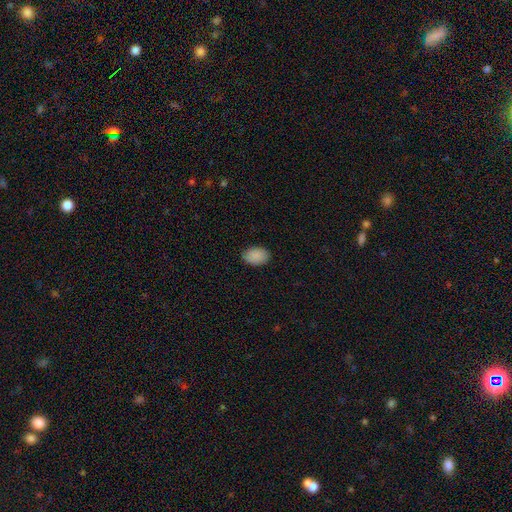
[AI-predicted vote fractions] The model was most divided on "how rounded": in between: 86%, round: 13%, cigar-shaped: 1%. More confident: smooth or featured — smooth (90%); merging — none (87%).